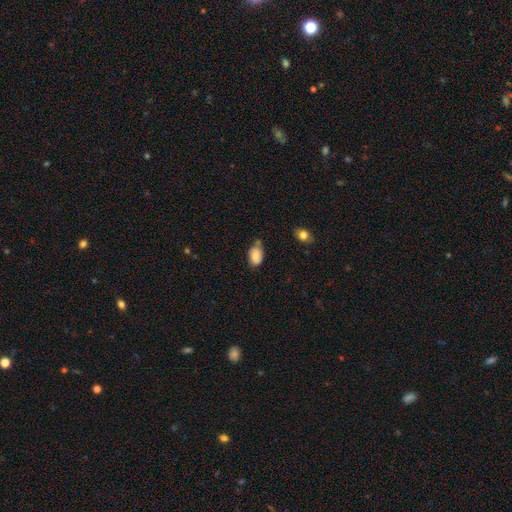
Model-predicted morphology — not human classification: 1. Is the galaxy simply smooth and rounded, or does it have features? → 82% smooth, 10% featured or disk, 8% star or artifact.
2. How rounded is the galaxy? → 89% in between, 9% round, 1% cigar-shaped.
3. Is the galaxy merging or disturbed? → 60% none, 27% minor disturbance, 8% merger, 5% major disturbance.